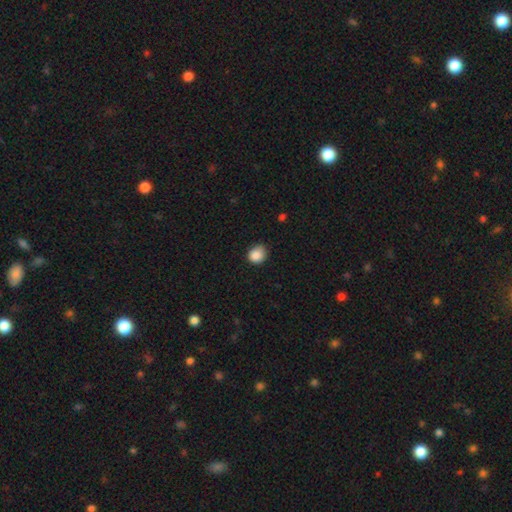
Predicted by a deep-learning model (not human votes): smooth_or_featured: smooth (p=0.87) [alt: star or artifact p=0.09]
how_rounded: round (p=0.75) [alt: in between p=0.24]
merging: none (p=0.70) [alt: minor disturbance p=0.25]